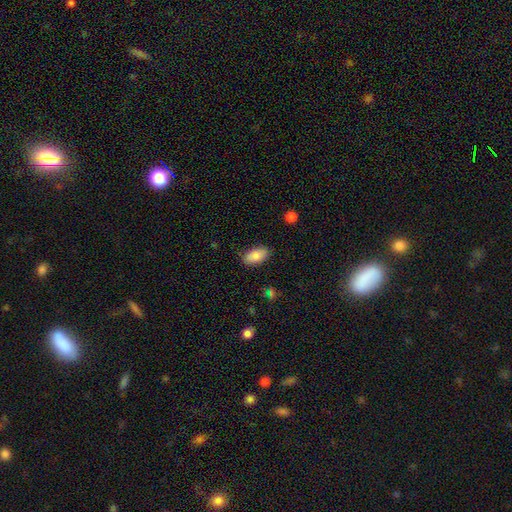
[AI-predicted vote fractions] Overall: smooth (87%). How rounded: in between (93%). Merging: none (84%).